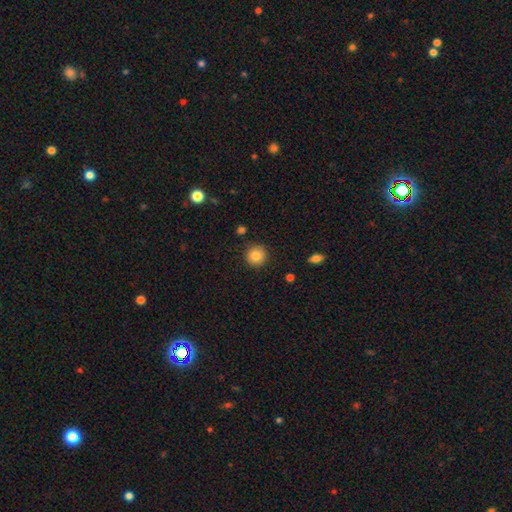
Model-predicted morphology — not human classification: type=smooth (85%); roundness=round (93%); merging=none (89%).